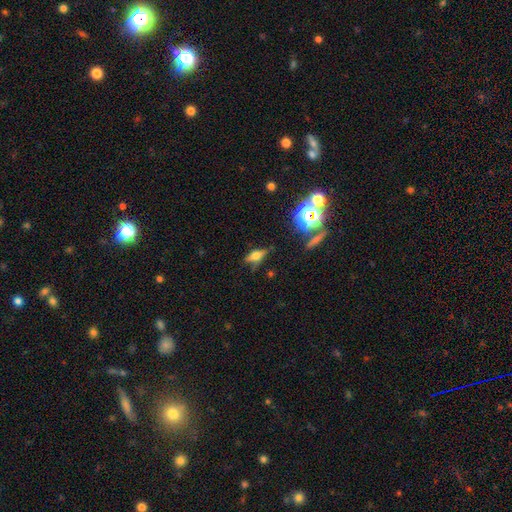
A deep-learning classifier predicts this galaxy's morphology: This is marginally a featured or disk galaxy (42%). Merging: likely none (68%).